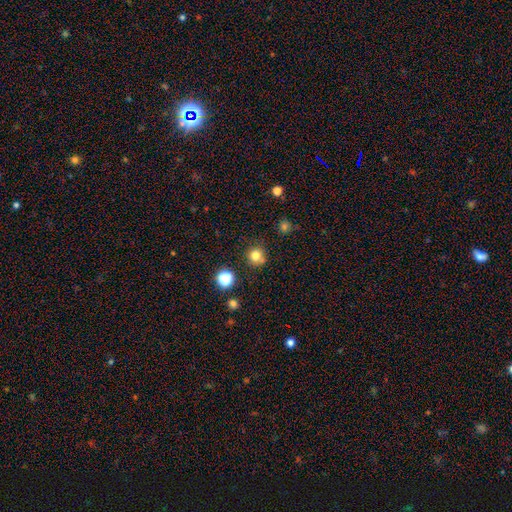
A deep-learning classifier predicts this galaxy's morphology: smooth-or-featured: smooth: 79% | star or artifact: 15% | featured or disk: 6%
  how-rounded: round: 93% | in between: 6% | cigar-shaped: 1%
  merging: none: 82% | minor disturbance: 10% | merger: 6% | major disturbance: 3%